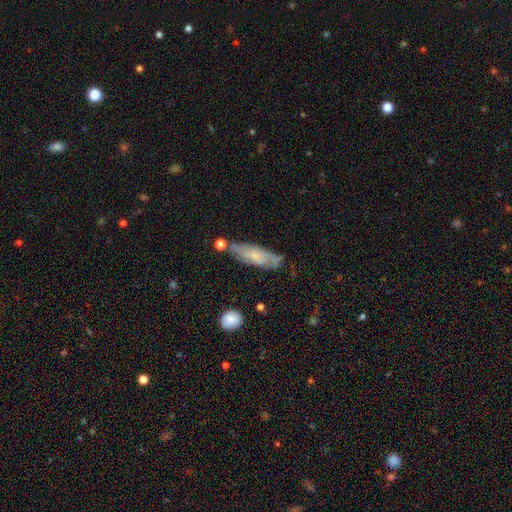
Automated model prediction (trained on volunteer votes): smooth-or-featured: featured or disk: 50% | smooth: 43% | star or artifact: 7%
  merging: none: 61% | minor disturbance: 25% | major disturbance: 7% | merger: 7%